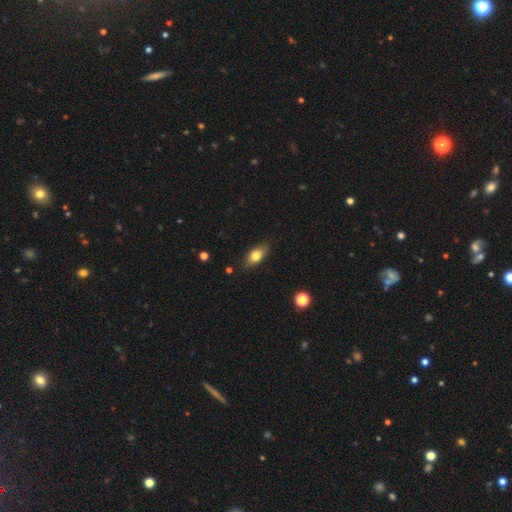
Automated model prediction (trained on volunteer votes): Morphology: type=smooth (75%); roundness=in between (84%); merging=none (83%).